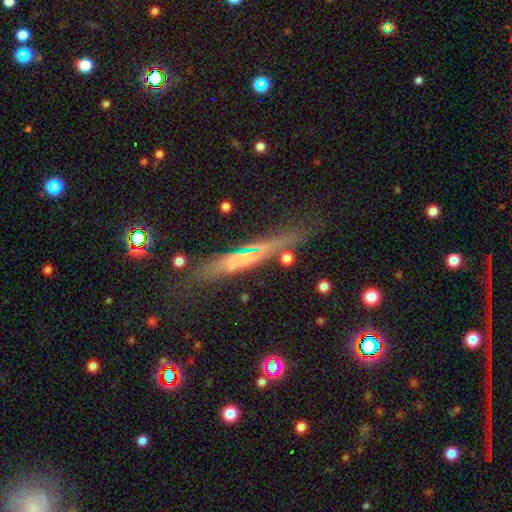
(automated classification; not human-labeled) This appears to be a featured or disk galaxy (53%) viewed edge-on (86%). Merging: none (76%).